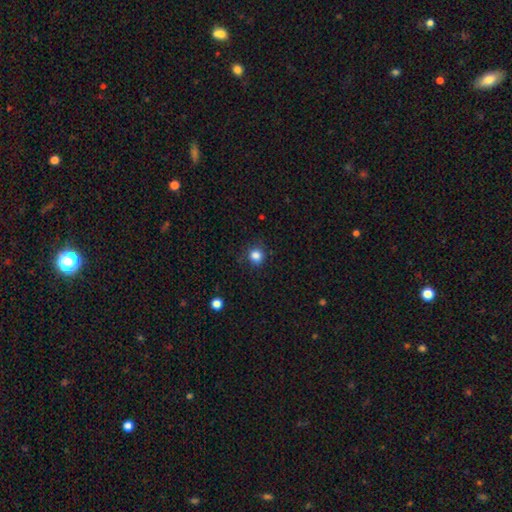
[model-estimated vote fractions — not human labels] The model was most divided on "merging": none: 83%, minor disturbance: 12%, major disturbance: 3%, merger: 1%. More confident: how rounded — round (89%); smooth or featured — smooth (84%).